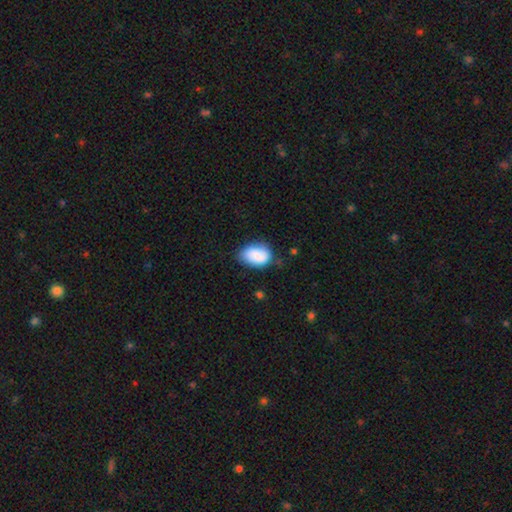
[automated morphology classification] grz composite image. It shows a smooth galaxy with no disk features (76%) that is in between round and cigar-shaped (82%). Merging: none (61%).